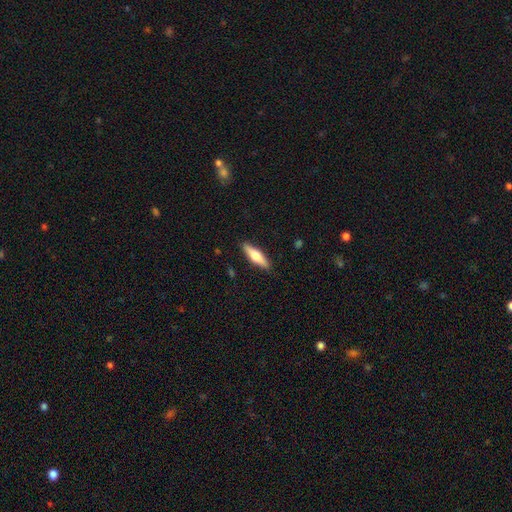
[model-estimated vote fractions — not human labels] Smooth or featured? Predicted: smooth (p=0.58). How rounded? Predicted: cigar-shaped (p=0.66). Merging? Predicted: none (p=0.89).